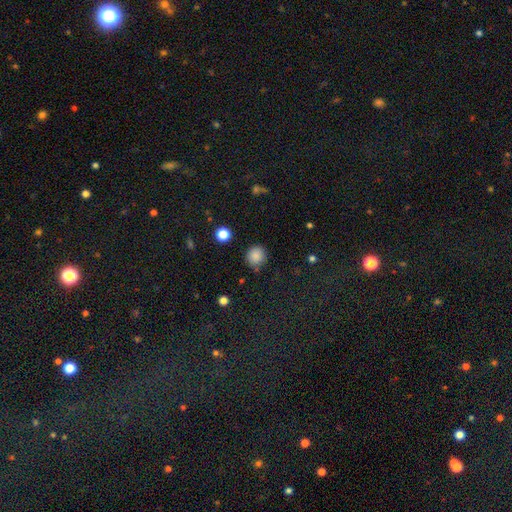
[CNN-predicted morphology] Q: Smooth or featured?
A: smooth (85%); runner-up: star or artifact (11%)
Q: How rounded?
A: round (90%); runner-up: in between (9%)
Q: Merging?
A: none (82%); runner-up: minor disturbance (12%)